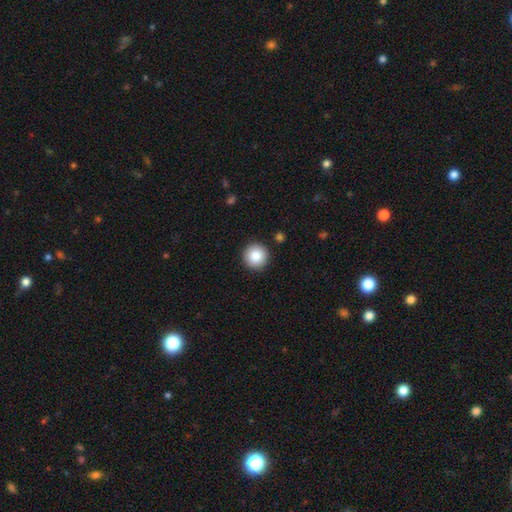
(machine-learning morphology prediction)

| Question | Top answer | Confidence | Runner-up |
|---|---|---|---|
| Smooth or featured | smooth | 83% | star or artifact (9%) |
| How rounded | round | 96% | in between (3%) |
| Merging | none | 91% | minor disturbance (5%) |